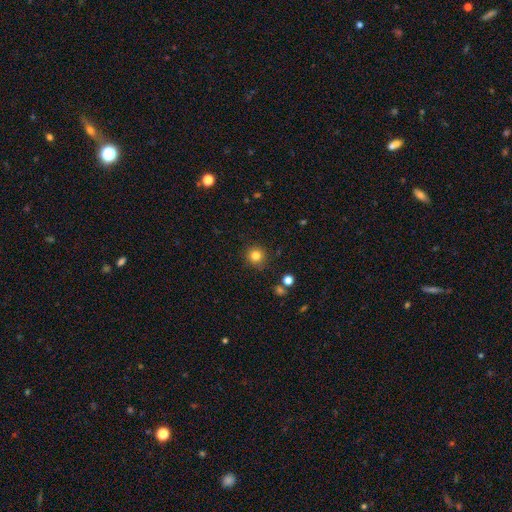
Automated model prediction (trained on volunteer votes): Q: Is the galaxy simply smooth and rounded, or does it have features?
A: smooth — 82%.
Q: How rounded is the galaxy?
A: round — 94%.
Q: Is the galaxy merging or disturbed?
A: none — 88%.